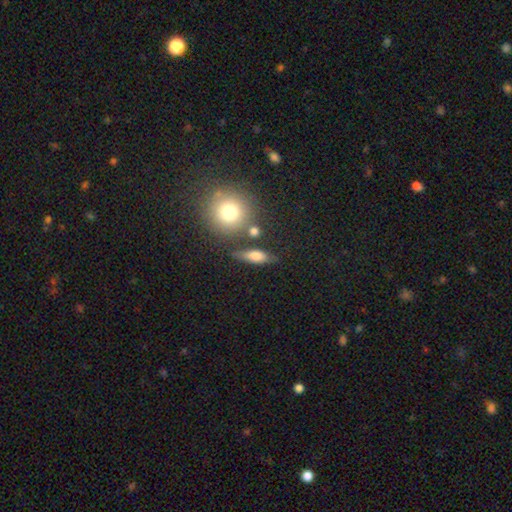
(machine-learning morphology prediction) Smooth or featured: smooth — 69% (featured or disk — 20%)
How rounded: in between — 53% (cigar-shaped — 33%)
Merging: none — 67% (minor disturbance — 17%)